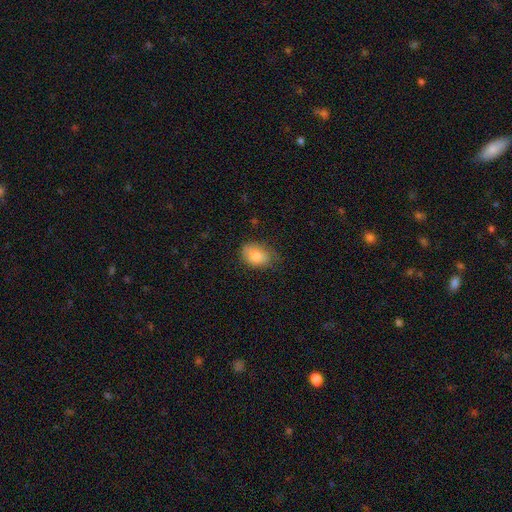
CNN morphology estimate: A smooth galaxy with no disk features (81%) that is in between round and cigar-shaped (81%). Merging: none (60%).